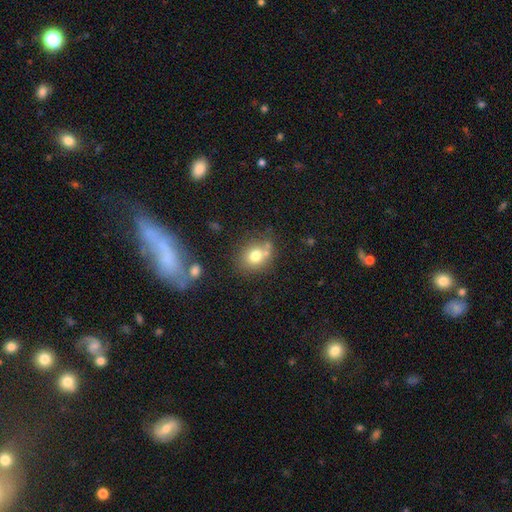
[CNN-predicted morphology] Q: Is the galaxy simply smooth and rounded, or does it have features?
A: smooth — 73%.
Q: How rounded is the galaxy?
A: round — 70%.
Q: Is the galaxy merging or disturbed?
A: none — 60%.